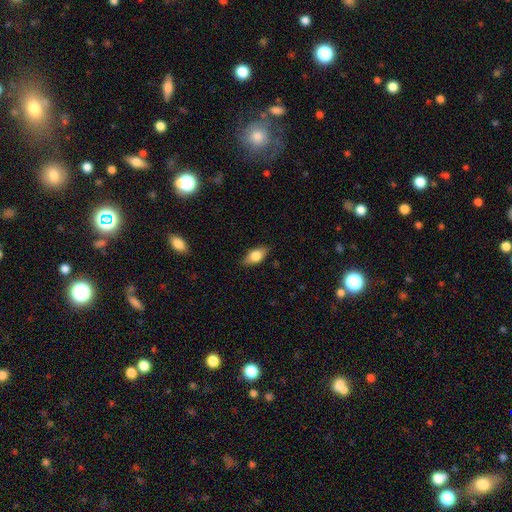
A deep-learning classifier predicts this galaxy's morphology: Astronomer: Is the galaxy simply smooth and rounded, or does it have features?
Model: smooth — 66%.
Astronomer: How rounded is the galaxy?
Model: in between — 83%.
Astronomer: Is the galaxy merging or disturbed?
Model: none — 83%.